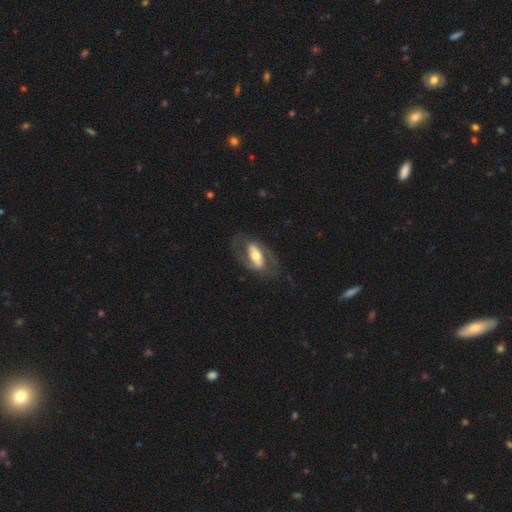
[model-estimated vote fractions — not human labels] A featured or disk galaxy (74%) with a strong bar (55%), spiral arms (75%) and a moderate central bulge (62%). Merging: none (71%).